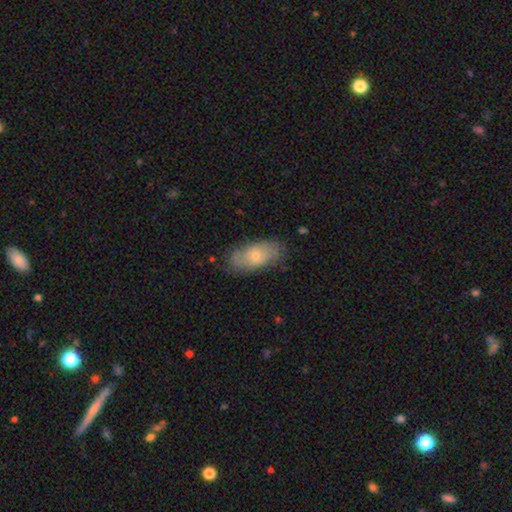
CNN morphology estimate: Smooth or featured? smooth (56%)
How rounded? in between (87%)
Merging? none (75%)